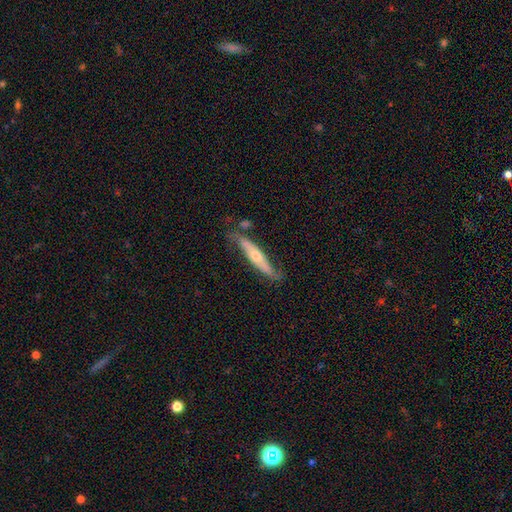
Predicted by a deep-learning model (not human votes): Overall: featured or disk (59%; smooth 35%). Edge-on disk: yes (67%; no 33%). Merging: none (62%; minor disturbance 24%).